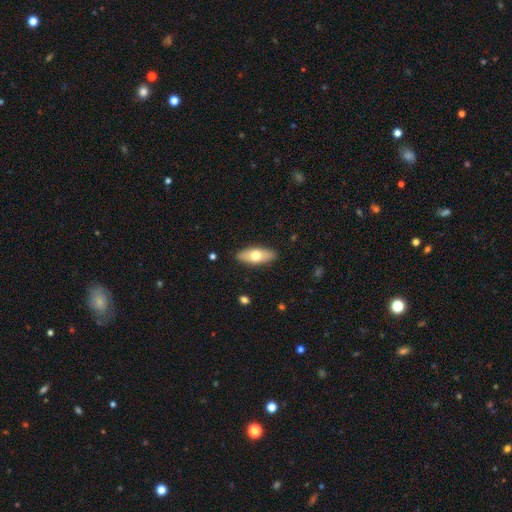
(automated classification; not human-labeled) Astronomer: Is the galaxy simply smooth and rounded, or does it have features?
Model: smooth — 63%.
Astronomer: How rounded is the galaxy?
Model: in between — 75%.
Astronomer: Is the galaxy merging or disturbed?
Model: none — 89%.